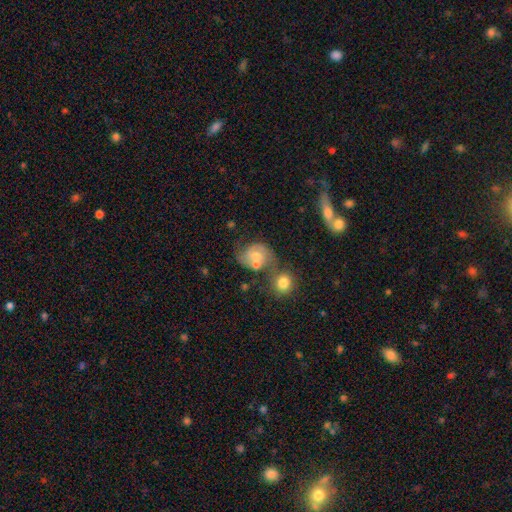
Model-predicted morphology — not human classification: Smooth or featured? featured or disk (50%)
Merging? none (41%)